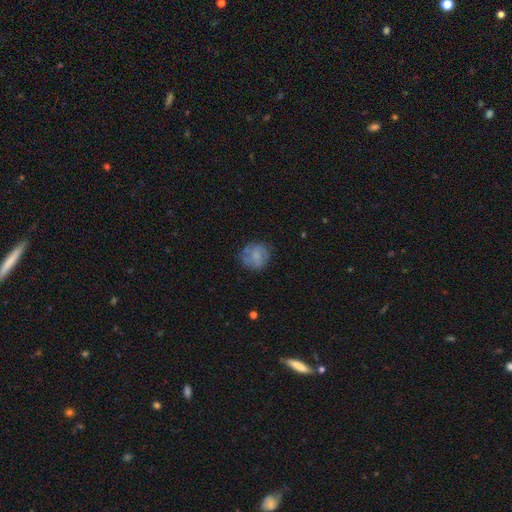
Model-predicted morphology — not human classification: This is possibly a smooth galaxy (50%). Merging: likely none (69%).